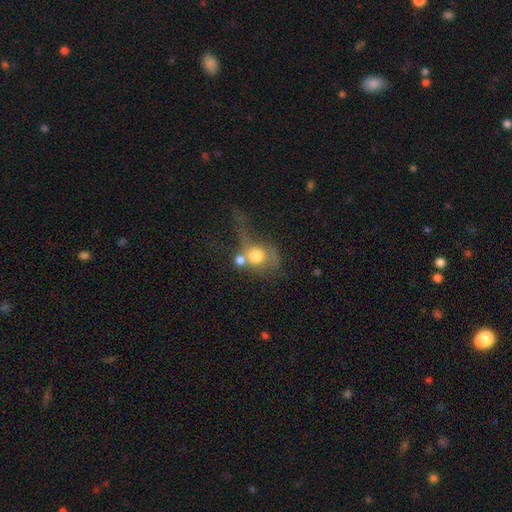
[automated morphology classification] smooth 64%, featured or disk 26%, star or artifact 11%. Down the decision tree: how rounded — round (67%); merging — merger (42%).